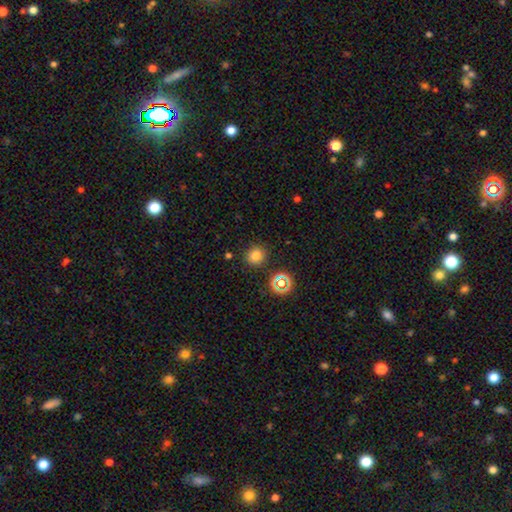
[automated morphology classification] Q: Smooth or featured?
A: smooth (77%); runner-up: star or artifact (17%)
Q: How rounded?
A: round (91%); runner-up: in between (8%)
Q: Merging?
A: none (88%); runner-up: minor disturbance (7%)